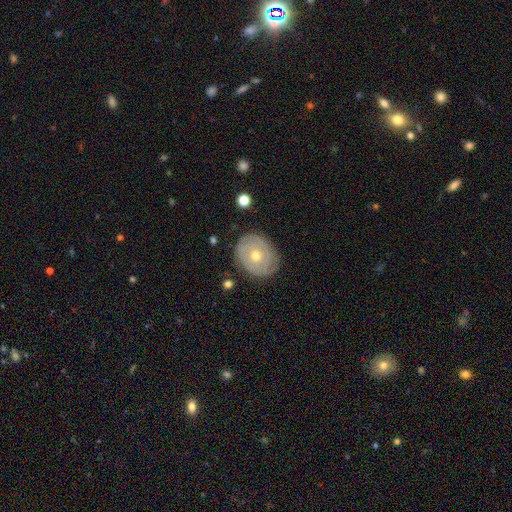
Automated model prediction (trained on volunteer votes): Overall: featured or disk (67%). Edge-on disk: no (96%). Bar: no (86%). Spiral arms: yes (69%; no 31%). Bulge size: moderate (62%; small 34%). Merging: none (82%).